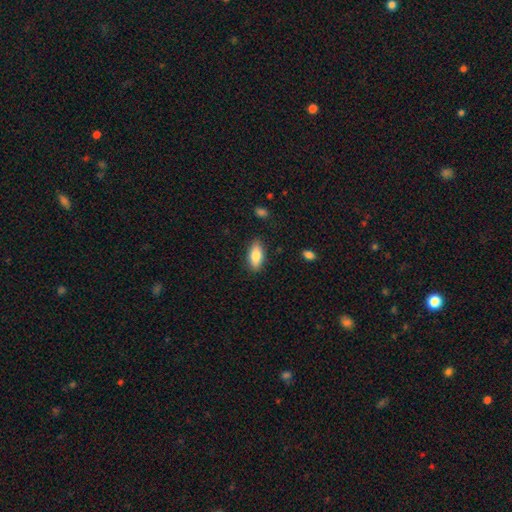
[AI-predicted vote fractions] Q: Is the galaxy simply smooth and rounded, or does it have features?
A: smooth — 82%.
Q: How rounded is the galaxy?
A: in between — 85%.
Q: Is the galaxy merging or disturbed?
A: none — 85%.